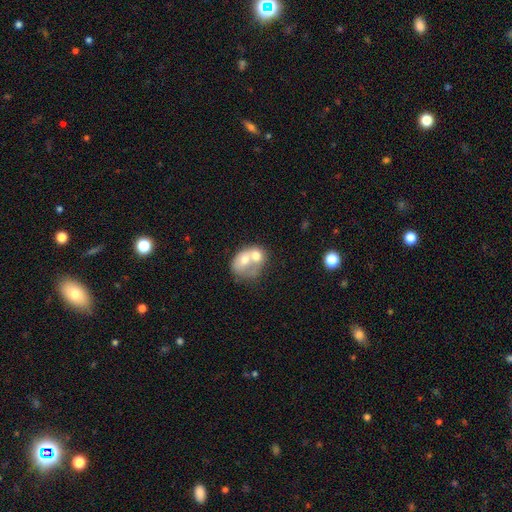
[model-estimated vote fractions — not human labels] smooth_or_featured: smooth (p=0.57) [alt: featured or disk p=0.35]
how_rounded: in between (p=0.52) [alt: round p=0.47]
merging: merger (p=0.77) [alt: none p=0.12]